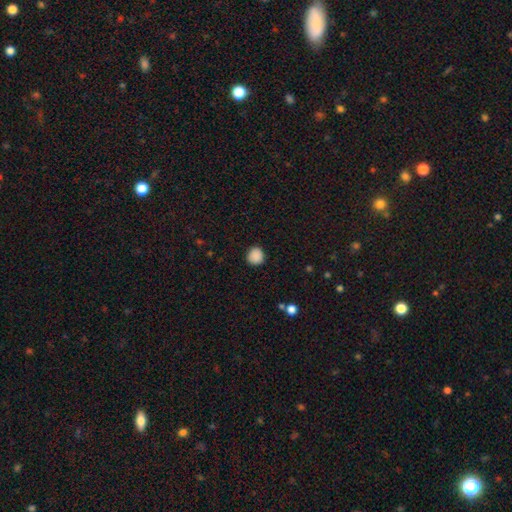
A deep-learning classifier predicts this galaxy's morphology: A smooth galaxy with no disk features (88%) that is round (90%). Merging: none (90%).